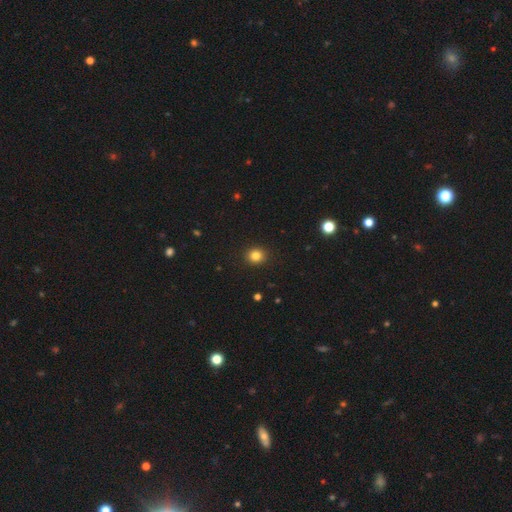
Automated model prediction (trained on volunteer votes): Overall: smooth (83%). How rounded: round (82%). Merging: none (92%).